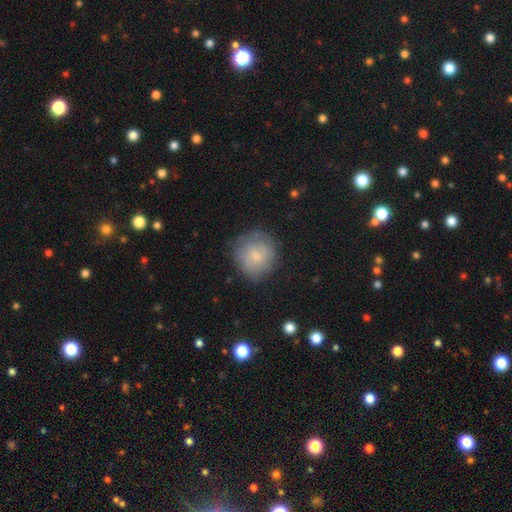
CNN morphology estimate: Smooth or featured? Predicted: smooth (p=0.61). How rounded? Predicted: round (p=0.89). Merging? Predicted: none (p=0.74).